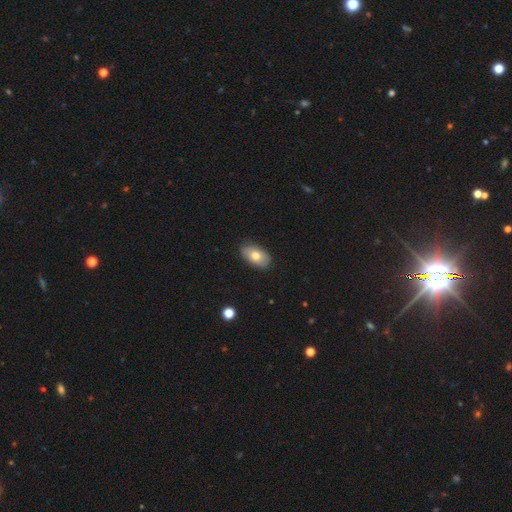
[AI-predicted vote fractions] smooth-or-featured: smooth: 74% | featured or disk: 19% | star or artifact: 7%
  how-rounded: in between: 93% | round: 5% | cigar-shaped: 2%
  merging: none: 84% | minor disturbance: 12% | major disturbance: 2% | merger: 1%